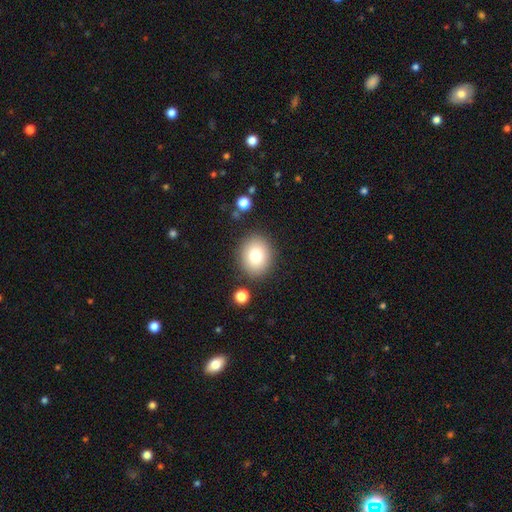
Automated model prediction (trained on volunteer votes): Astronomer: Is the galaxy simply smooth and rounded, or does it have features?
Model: smooth — 80%.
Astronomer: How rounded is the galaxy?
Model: round — 63%.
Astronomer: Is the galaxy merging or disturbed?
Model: none — 85%.